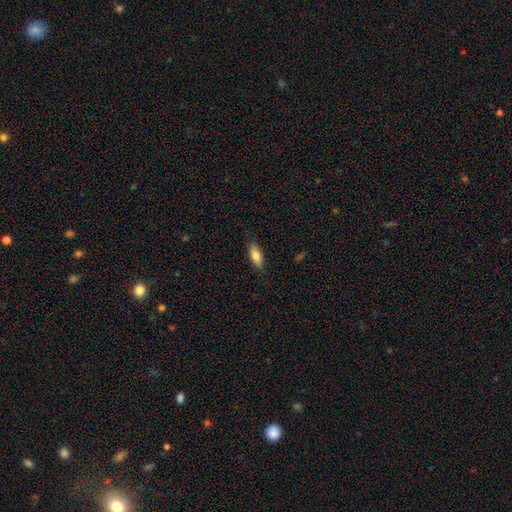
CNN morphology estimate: The model was most divided on "how rounded": in between: 74%, cigar-shaped: 24%, round: 2%. More confident: merging — none (84%); smooth or featured — smooth (82%).